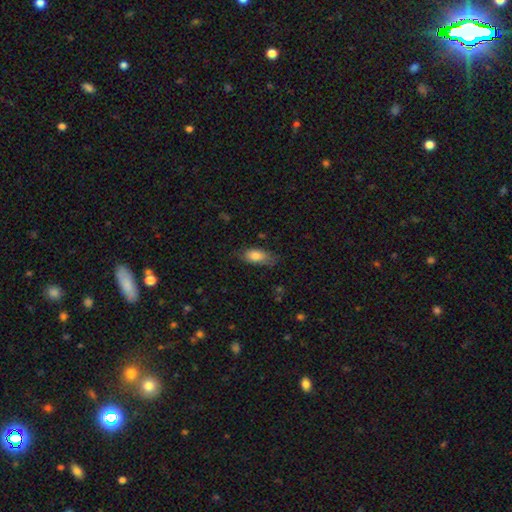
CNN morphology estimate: Smooth or featured? smooth (80%)
How rounded? in between (86%)
Merging? none (64%)